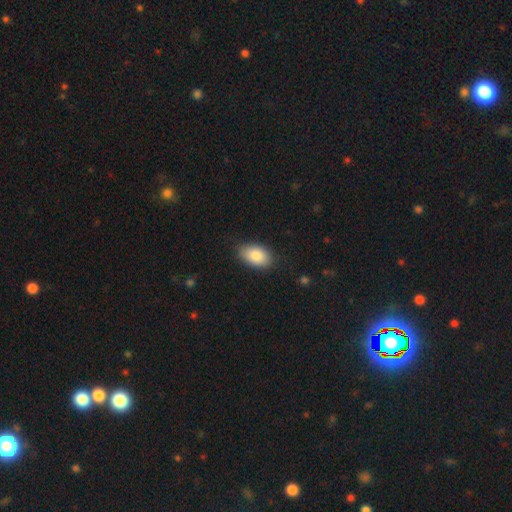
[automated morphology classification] A smooth galaxy with no disk features (86%) that is in between round and cigar-shaped (91%). Merging: none (83%).